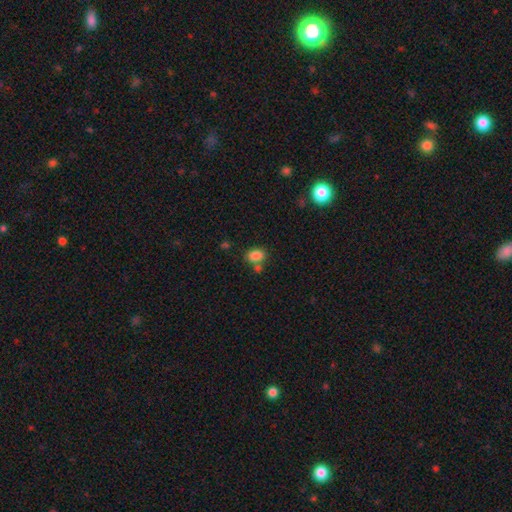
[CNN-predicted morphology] smooth 85%, star or artifact 10%, featured or disk 6%. Down the decision tree: how rounded — in between (76%); merging — none (63%).